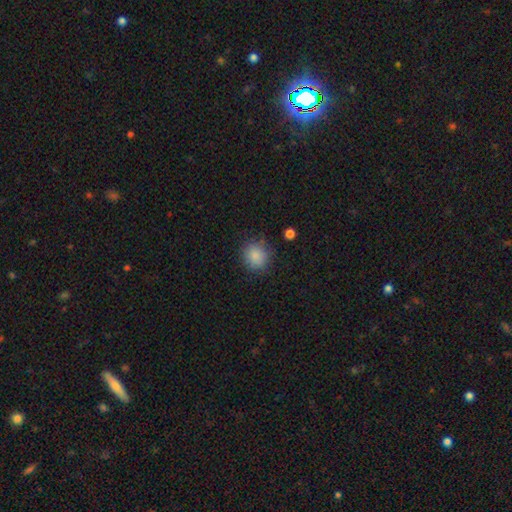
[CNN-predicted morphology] Q: Smooth or featured?
A: smooth (86%); runner-up: star or artifact (10%)
Q: How rounded?
A: round (86%); runner-up: in between (13%)
Q: Merging?
A: none (82%); runner-up: minor disturbance (12%)